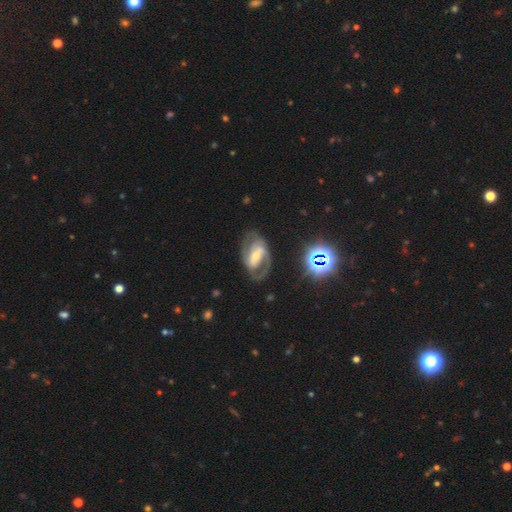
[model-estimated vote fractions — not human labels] This appears to be a featured or disk galaxy (83%) with a strong bar (44%), 2 (78%) medium (49%) spiral arms (93%) and a moderate central bulge (46%). Merging: none (69%).